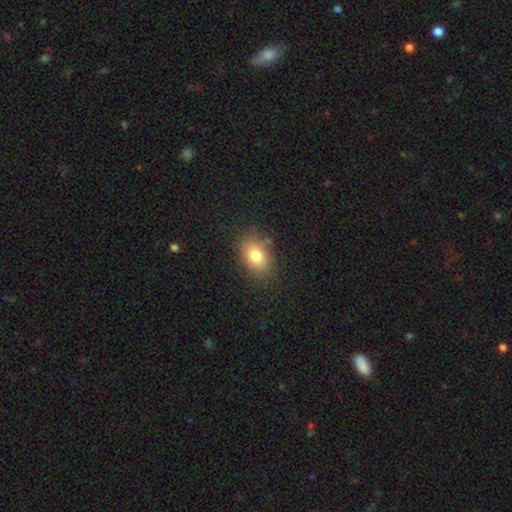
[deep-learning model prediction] This is likely a smooth galaxy (79%). How rounded: clearly in between (80%). Merging: clearly none (81%).